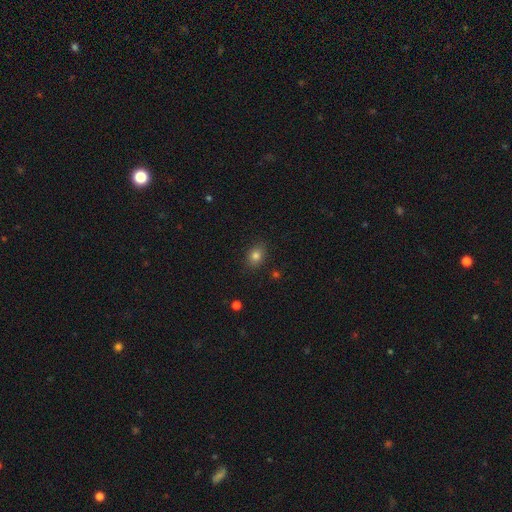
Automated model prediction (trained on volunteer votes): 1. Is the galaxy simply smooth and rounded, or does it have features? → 81% smooth, 12% star or artifact, 7% featured or disk.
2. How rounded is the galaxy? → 56% in between, 43% round, 1% cigar-shaped.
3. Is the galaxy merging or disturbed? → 86% none, 10% minor disturbance, 3% major disturbance, 1% merger.